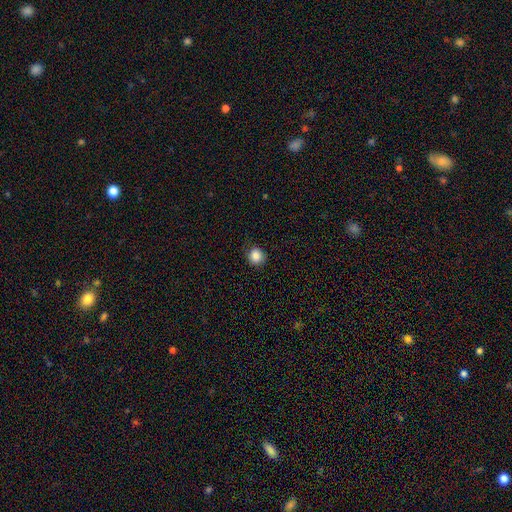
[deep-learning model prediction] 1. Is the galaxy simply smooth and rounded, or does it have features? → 87% smooth, 10% star or artifact, 4% featured or disk.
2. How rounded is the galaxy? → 89% round, 11% in between, 1% cigar-shaped.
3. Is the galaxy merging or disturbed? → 82% none, 14% minor disturbance, 4% major disturbance, 1% merger.